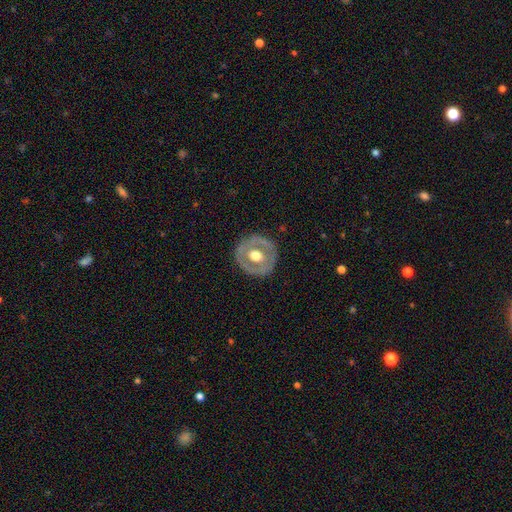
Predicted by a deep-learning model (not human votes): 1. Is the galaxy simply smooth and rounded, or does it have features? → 57% featured or disk, 38% smooth, 5% star or artifact.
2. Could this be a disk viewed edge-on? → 94% no, 6% yes.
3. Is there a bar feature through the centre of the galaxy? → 77% no, 17% weak, 6% strong.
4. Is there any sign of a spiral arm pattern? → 87% no, 13% yes.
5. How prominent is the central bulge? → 69% moderate, 25% large, 4% small, 1% dominant, 1% none.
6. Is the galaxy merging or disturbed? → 82% none, 12% minor disturbance, 4% major disturbance, 1% merger.